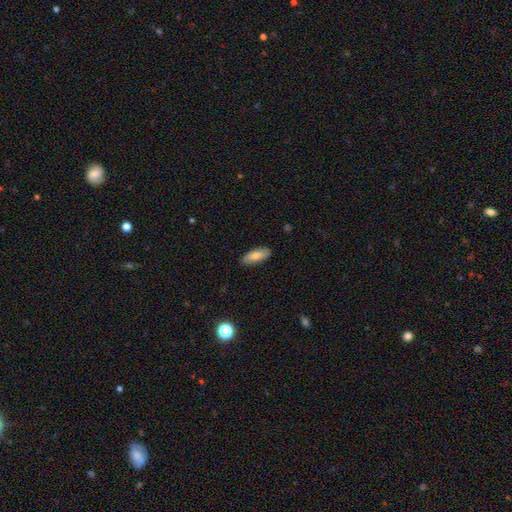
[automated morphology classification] smooth 78%, featured or disk 16%, star or artifact 6%. Down the decision tree: how rounded — in between (77%); merging — none (87%).